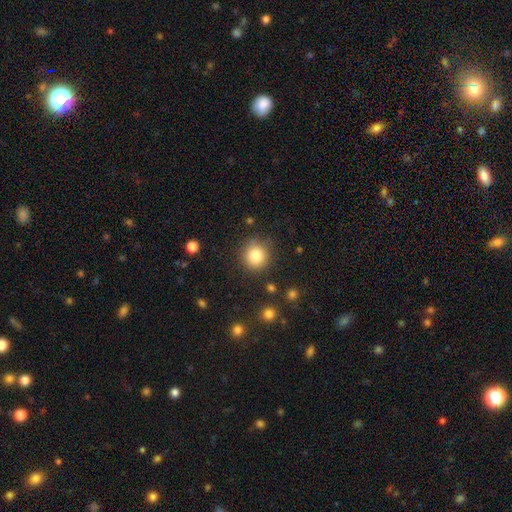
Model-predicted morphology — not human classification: smooth 83%, star or artifact 11%, featured or disk 7%. Down the decision tree: how rounded — round (91%); merging — none (85%).